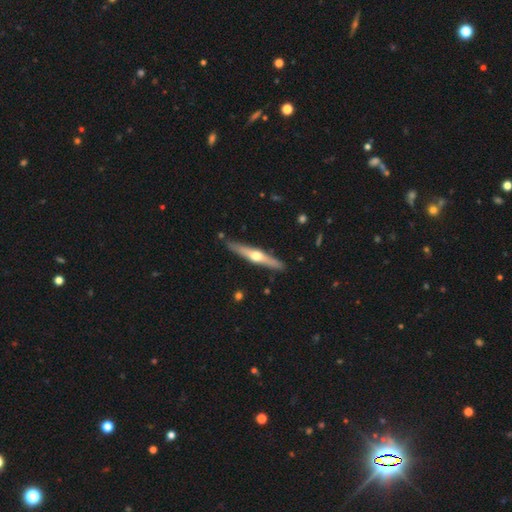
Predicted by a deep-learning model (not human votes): Q: Smooth or featured?
A: featured or disk (67%); runner-up: smooth (28%)
Q: Edge-on disk?
A: yes (96%); runner-up: no (4%)
Q: Edge-on bulge?
A: rounded (94%); runner-up: none (4%)
Q: Merging?
A: none (88%); runner-up: minor disturbance (8%)